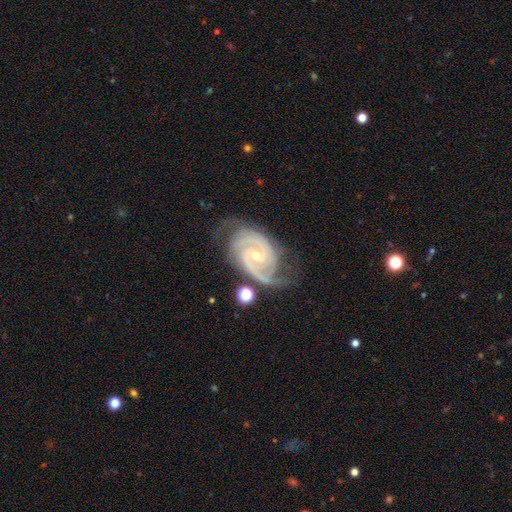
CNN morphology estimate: smooth-or-featured: featured or disk: 92% | star or artifact: 5% | smooth: 3%
  disk-edge-on: no: 97% | yes: 3%
    bar: no: 47% | weak: 38% | strong: 15%
    has-spiral-arms: yes: 98% | no: 2%
      spiral-winding: tight: 56% | medium: 38% | loose: 6%
      spiral-arm-count: 2: 63% | 3: 19% | can't tell: 7% | 4: 4% | 1: 3% | more than 4: 3%
    bulge-size: small: 65% | moderate: 32% | none: 1% | large: 1% | dominant: 1%
  merging: none: 64% | minor disturbance: 22% | major disturbance: 10% | merger: 4%